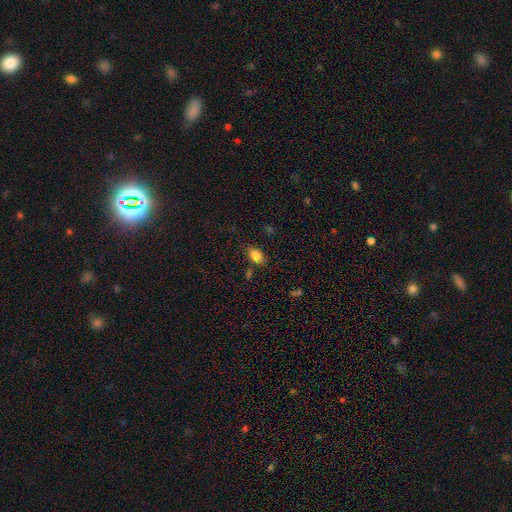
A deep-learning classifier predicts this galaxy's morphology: Overall: smooth (83%). How rounded: in between (84%). Merging: none (75%).